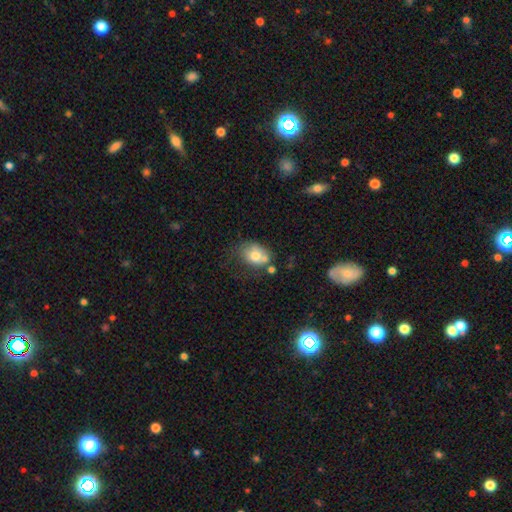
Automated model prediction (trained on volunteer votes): Smooth or featured: smooth — 71% (featured or disk — 19%)
How rounded: in between — 63% (round — 36%)
Merging: none — 43% (minor disturbance — 24%)